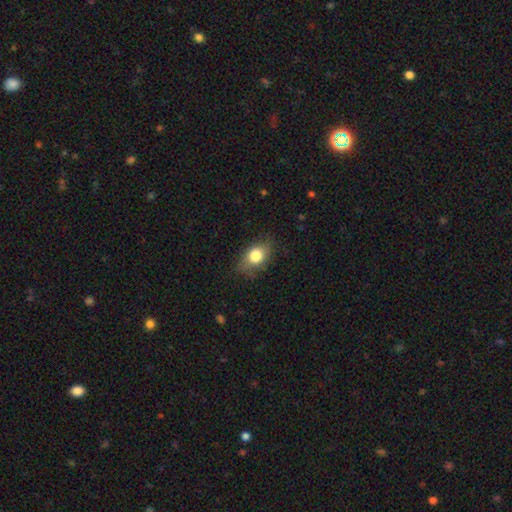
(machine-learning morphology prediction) smooth_or_featured: smooth (p=0.78) [alt: featured or disk p=0.13]
how_rounded: in between (p=0.74) [alt: round p=0.24]
merging: none (p=0.73) [alt: minor disturbance p=0.20]